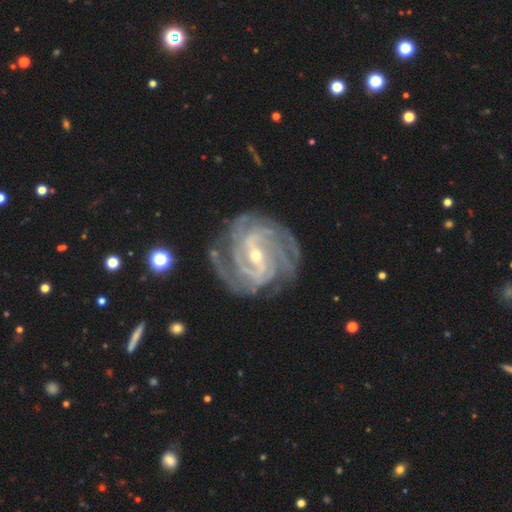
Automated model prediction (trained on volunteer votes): Overall: featured or disk (93%). Edge-on disk: no (98%). Bar: strong (46%; weak 41%). Spiral arms: yes (98%). Spiral arm count: 4 (30%; 3 25%). Spiral winding: tight (68%). Bulge size: small (63%; moderate 34%). Merging: none (77%).